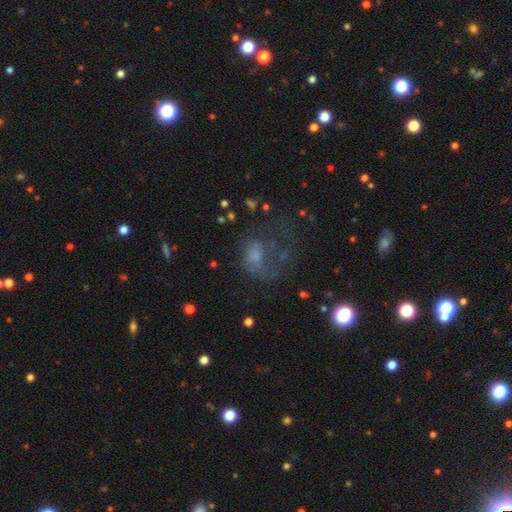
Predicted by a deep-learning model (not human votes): smooth_or_featured: smooth (p=0.42) [alt: featured or disk p=0.38]
merging: major disturbance (p=0.53) [alt: none p=0.25]